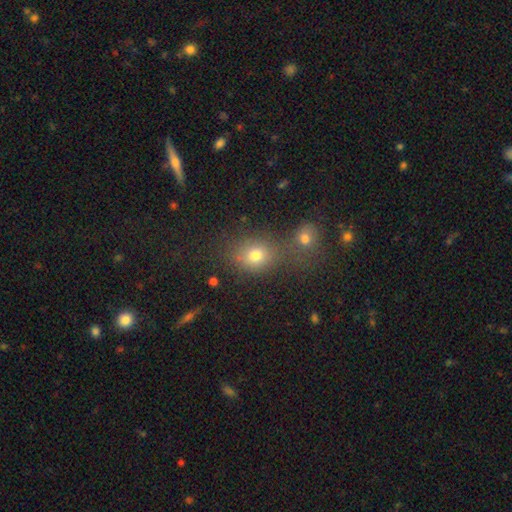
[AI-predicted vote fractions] Overall: smooth (73%). How rounded: round (60%; in between 38%). Merging: none (56%; merger 28%).